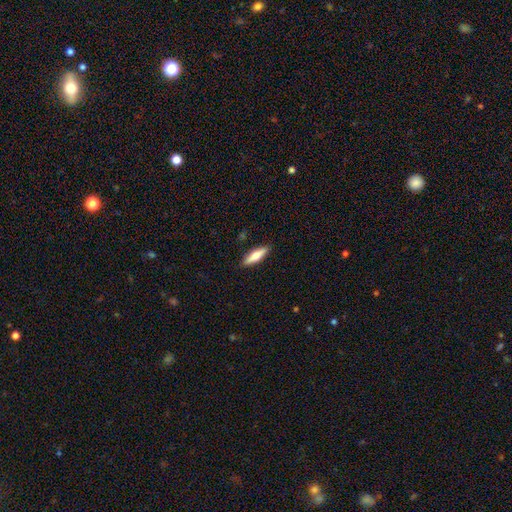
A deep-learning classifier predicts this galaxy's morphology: type=smooth (71%); roundness=cigar-shaped (60%); merging=none (88%).